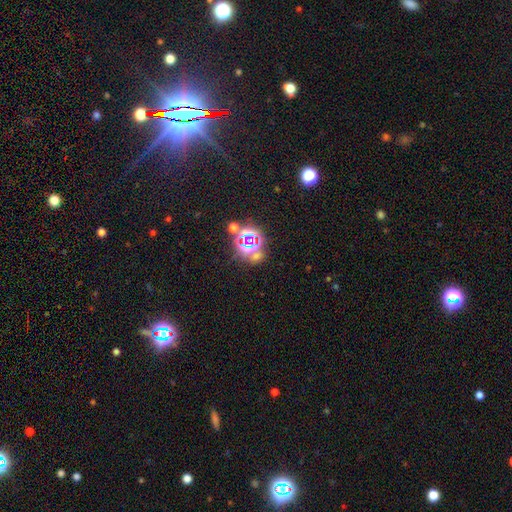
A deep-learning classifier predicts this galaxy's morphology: Smooth or featured: star or artifact — 64% (smooth — 25%)